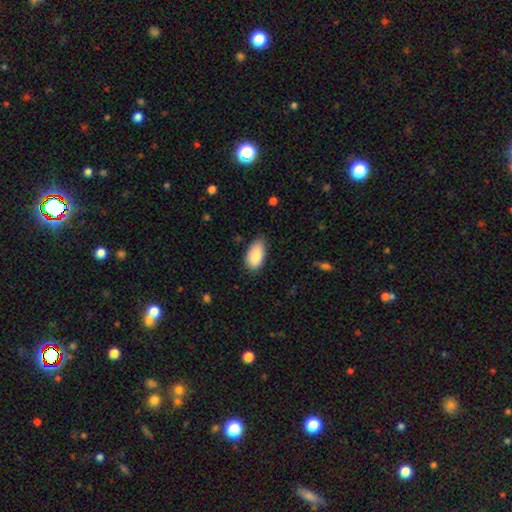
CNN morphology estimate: Smooth or featured?
  - smooth: 85% *
  - featured or disk: 8%
  - star or artifact: 7%
How rounded?
  - in between: 95% *
  - round: 4%
  - cigar-shaped: 2%
Merging?
  - none: 73% *
  - minor disturbance: 23%
  - major disturbance: 3%
  - merger: 1%